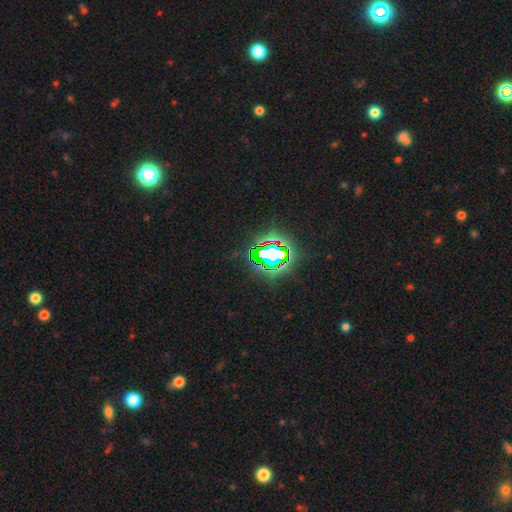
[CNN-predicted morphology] smooth_or_featured: star or artifact (p=0.78) [alt: smooth p=0.13]